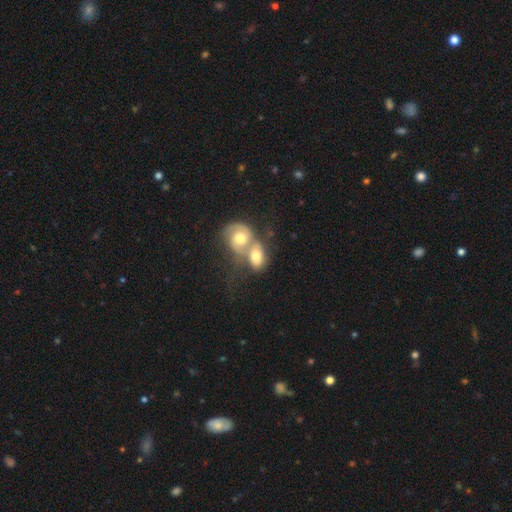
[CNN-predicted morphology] This is possibly a featured or disk galaxy (48%). Merging: likely merger (74%).